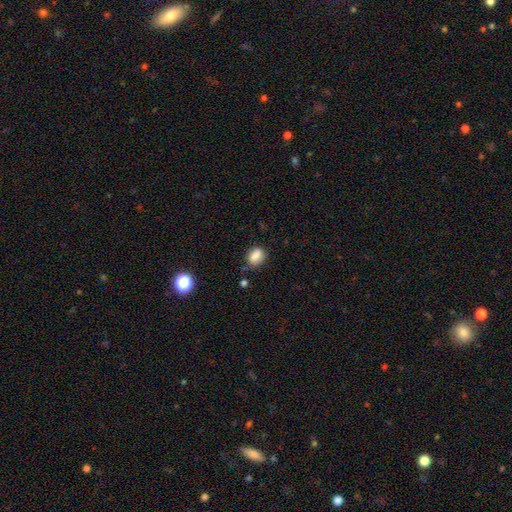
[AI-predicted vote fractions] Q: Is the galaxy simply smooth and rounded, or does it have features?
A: smooth — 85%.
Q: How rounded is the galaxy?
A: in between — 67%.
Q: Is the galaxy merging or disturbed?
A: none — 70%.